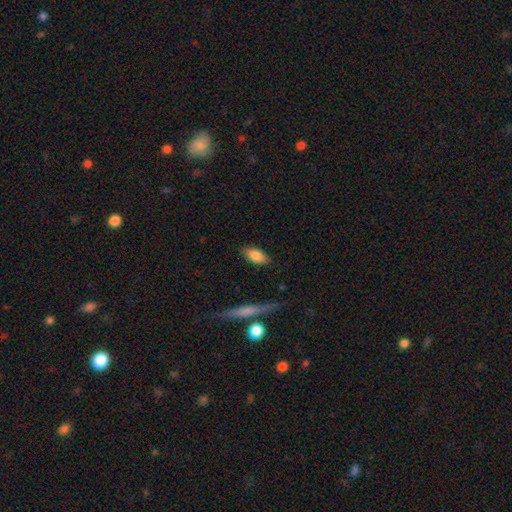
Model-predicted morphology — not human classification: Q: Smooth or featured?
A: smooth (84%); runner-up: featured or disk (10%)
Q: How rounded?
A: in between (89%); runner-up: cigar-shaped (8%)
Q: Merging?
A: none (84%); runner-up: minor disturbance (11%)